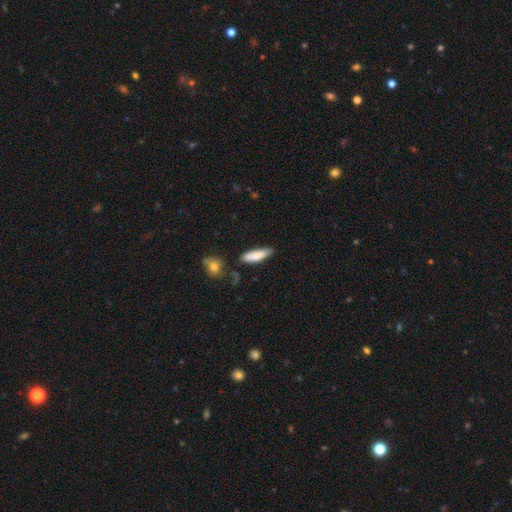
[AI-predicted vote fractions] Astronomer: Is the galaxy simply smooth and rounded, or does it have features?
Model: smooth — 79%.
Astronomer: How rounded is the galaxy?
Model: cigar-shaped — 55% (runner-up: in between, 43%).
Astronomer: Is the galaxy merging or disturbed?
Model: none — 71%.